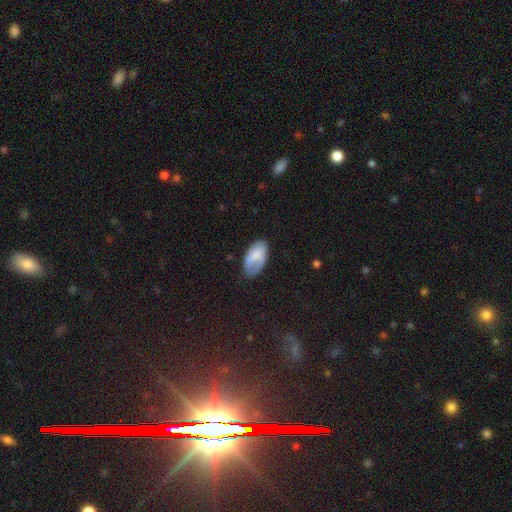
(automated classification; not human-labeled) Smooth or featured: smooth — 64% (featured or disk — 28%)
How rounded: in between — 94% (round — 4%)
Merging: none — 57% (minor disturbance — 30%)